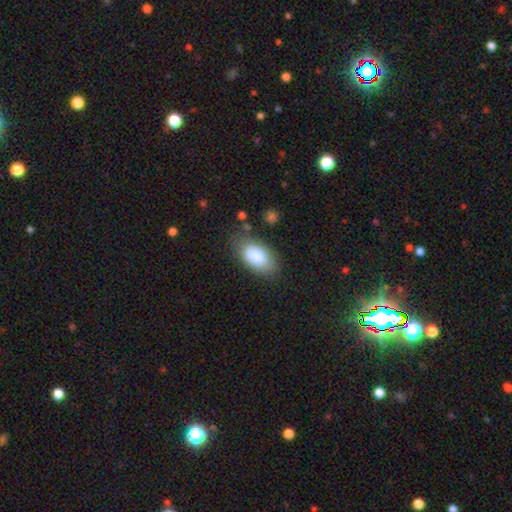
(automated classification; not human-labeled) Smooth or featured?
  - smooth: 86% *
  - featured or disk: 7%
  - star or artifact: 7%
How rounded?
  - in between: 94% *
  - round: 4%
  - cigar-shaped: 2%
Merging?
  - none: 73% *
  - minor disturbance: 18%
  - major disturbance: 6%
  - merger: 3%